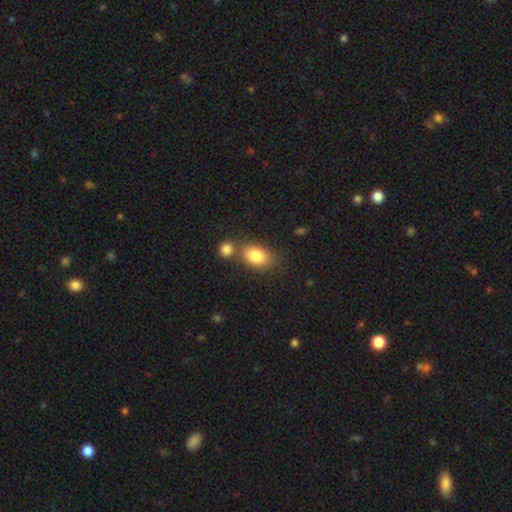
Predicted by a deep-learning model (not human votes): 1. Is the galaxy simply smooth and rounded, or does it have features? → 83% smooth, 9% featured or disk, 8% star or artifact.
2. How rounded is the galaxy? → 82% in between, 17% round, 2% cigar-shaped.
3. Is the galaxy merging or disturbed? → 54% none, 29% merger, 13% minor disturbance, 4% major disturbance.